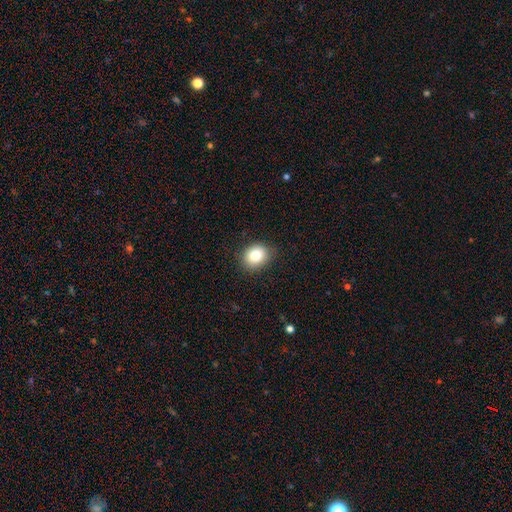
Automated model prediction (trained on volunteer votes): A smooth galaxy with no disk features (82%) that is round (58%).

Vote fractions:
- Smooth or featured? smooth: 82% / star or artifact: 10% / featured or disk: 8%
- How rounded? round: 58% / in between: 41% / cigar-shaped: 1%
- Merging? none: 87% / minor disturbance: 10% / major disturbance: 2% / merger: 1%